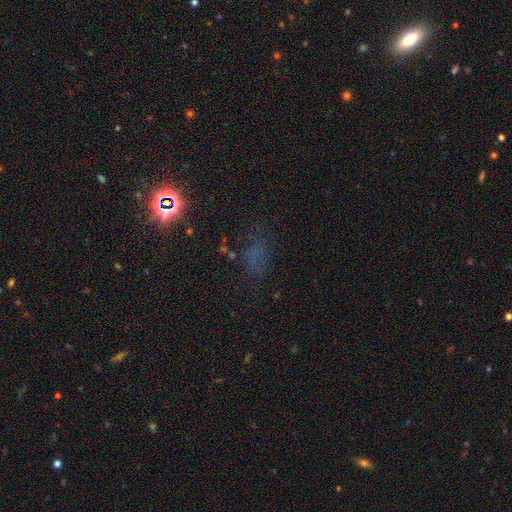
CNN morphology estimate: A star or artifact, not a galaxy (45%).

Vote fractions:
- Smooth or featured? star or artifact: 45% / smooth: 40% / featured or disk: 15%